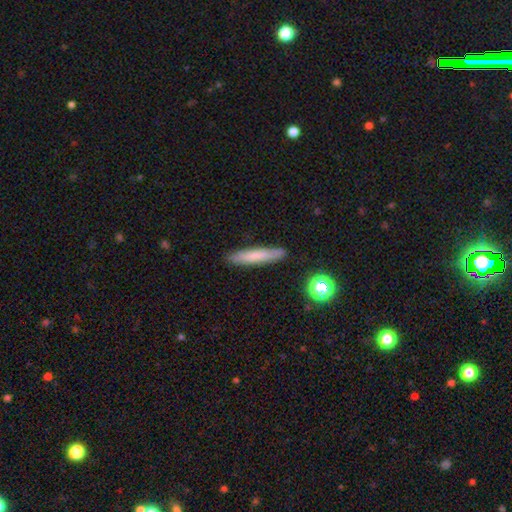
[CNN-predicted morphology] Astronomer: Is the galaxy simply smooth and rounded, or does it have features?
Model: smooth — 72%.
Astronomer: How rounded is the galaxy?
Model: cigar-shaped — 91%.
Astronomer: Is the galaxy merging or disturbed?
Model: none — 87%.